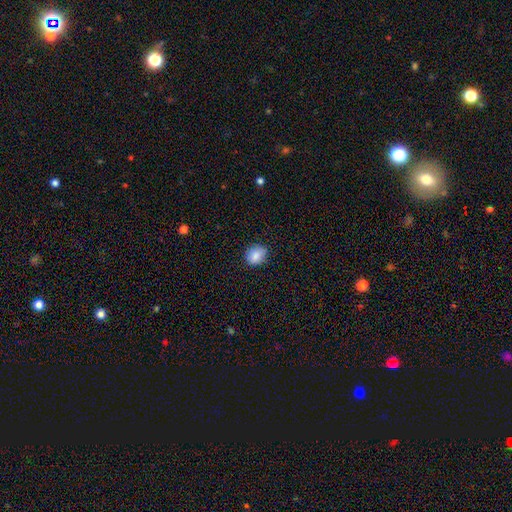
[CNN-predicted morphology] smooth-or-featured: smooth: 87% | star or artifact: 9% | featured or disk: 5%
  how-rounded: round: 65% | in between: 35% | cigar-shaped: 1%
  merging: none: 79% | minor disturbance: 17% | major disturbance: 3% | merger: 1%